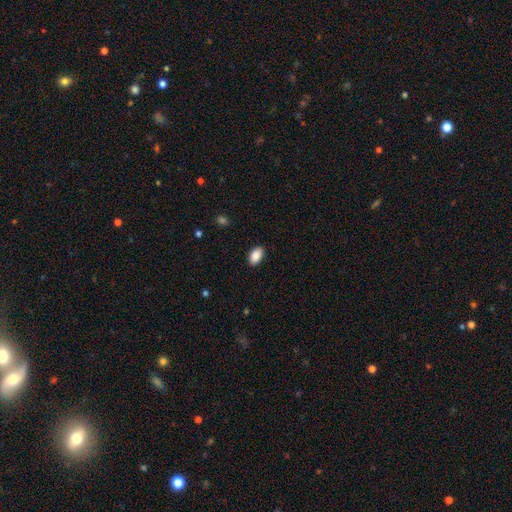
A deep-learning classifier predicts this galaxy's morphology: This is clearly a smooth galaxy (89%). How rounded: clearly in between (92%). Merging: clearly none (89%).